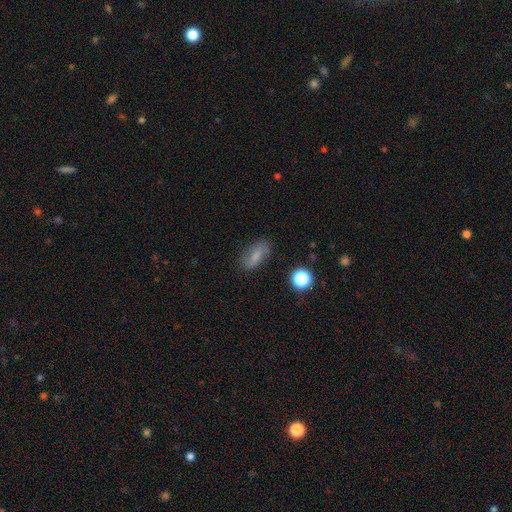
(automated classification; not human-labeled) smooth_or_featured: smooth (p=0.71) [alt: featured or disk p=0.17]
how_rounded: in between (p=0.75) [alt: cigar-shaped p=0.18]
merging: none (p=0.73) [alt: minor disturbance p=0.19]